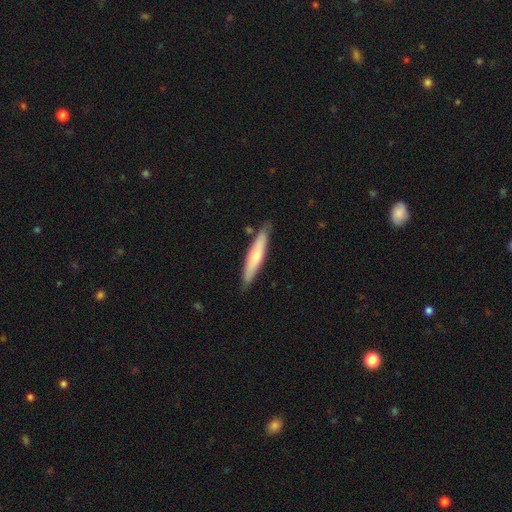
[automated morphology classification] A smooth galaxy with no disk features (59%) that is cigar-shaped (87%). Merging: none (83%).